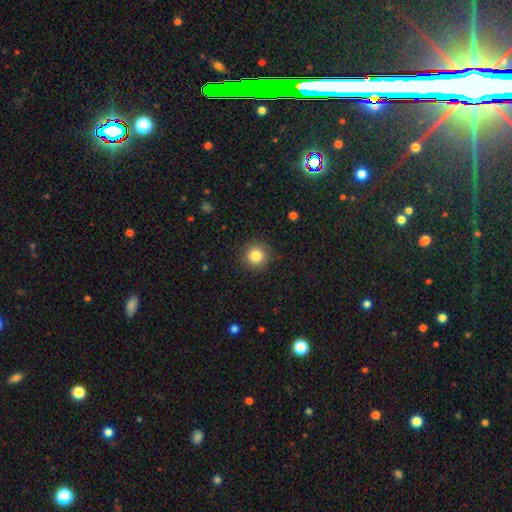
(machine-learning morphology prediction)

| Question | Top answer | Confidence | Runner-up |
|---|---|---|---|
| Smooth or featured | smooth | 83% | star or artifact (11%) |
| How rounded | round | 95% | in between (4%) |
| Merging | none | 91% | minor disturbance (6%) |